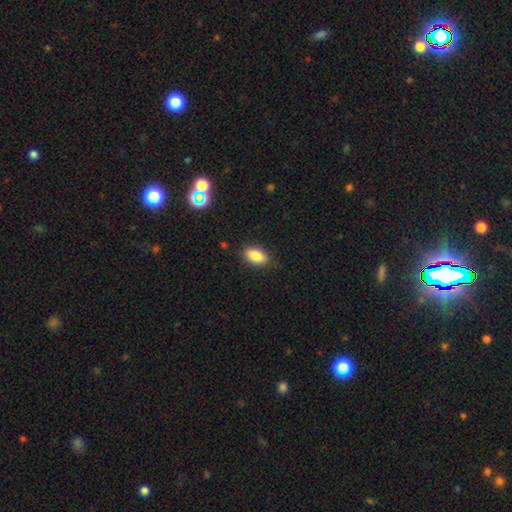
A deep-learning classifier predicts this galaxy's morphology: Smooth or featured: smooth — 87% (star or artifact — 8%)
How rounded: in between — 91% (round — 5%)
Merging: none — 85% (minor disturbance — 11%)